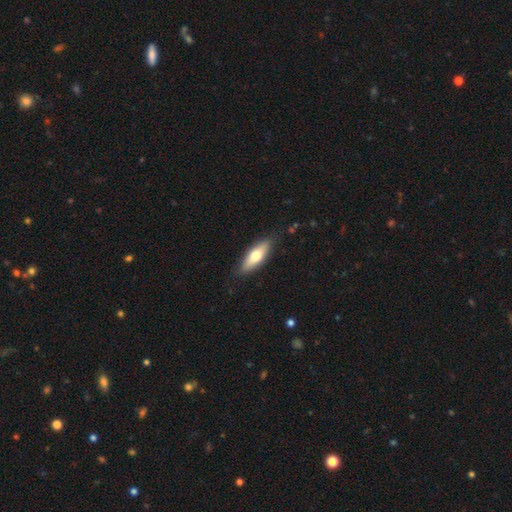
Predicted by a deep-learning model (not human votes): A smooth galaxy with no disk features (65%) that is in between round and cigar-shaped (55%).

Vote fractions:
- Smooth or featured? smooth: 65% / featured or disk: 29% / star or artifact: 6%
- How rounded? in between: 55% / cigar-shaped: 43% / round: 2%
- Merging? none: 84% / minor disturbance: 12% / major disturbance: 2% / merger: 1%